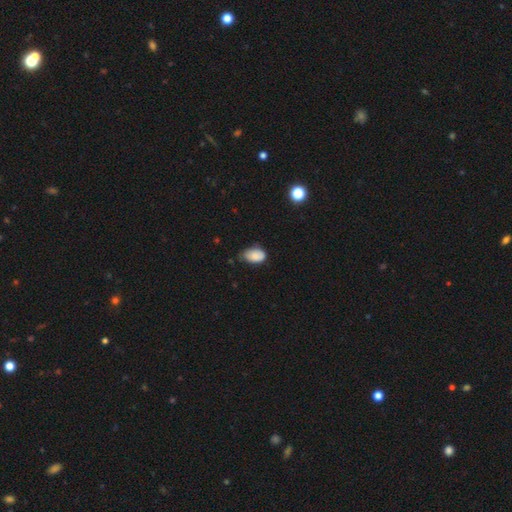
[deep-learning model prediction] A smooth galaxy with no disk features (84%) that is in between round and cigar-shaped (89%).

Vote fractions:
- Smooth or featured? smooth: 84% / featured or disk: 8% / star or artifact: 8%
- How rounded? in between: 89% / round: 9% / cigar-shaped: 1%
- Merging? none: 48% / minor disturbance: 43% / major disturbance: 7% / merger: 2%